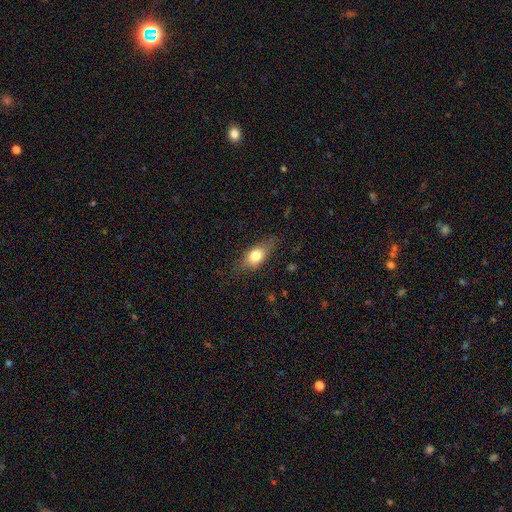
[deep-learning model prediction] smooth 74%, featured or disk 18%, star or artifact 8%. Down the decision tree: how rounded — in between (77%); merging — none (72%).